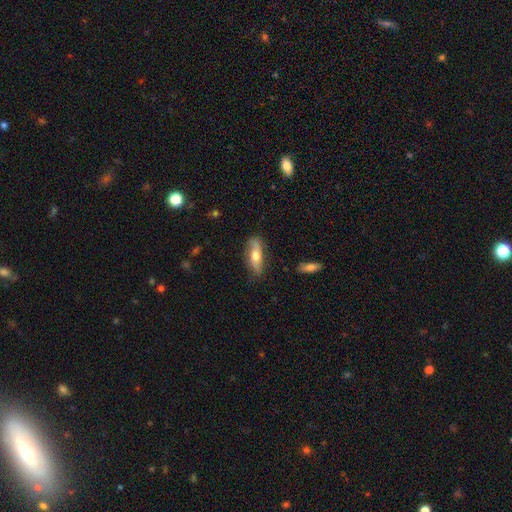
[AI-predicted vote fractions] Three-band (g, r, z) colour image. It shows a smooth galaxy with no disk features (55%) that is in between round and cigar-shaped (50%). Merging: none (75%).